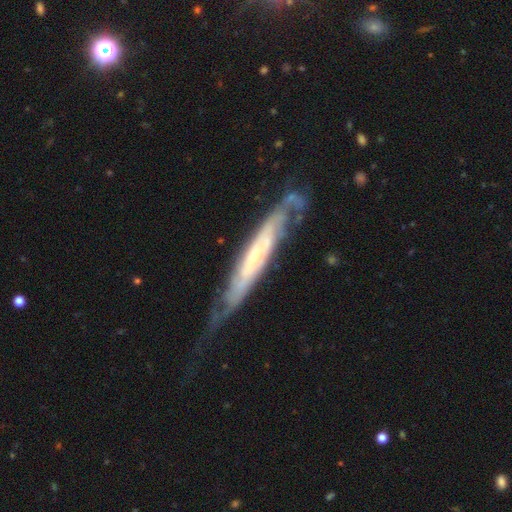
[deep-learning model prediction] This appears to be a featured or disk galaxy (78%). Merging: none (58%).